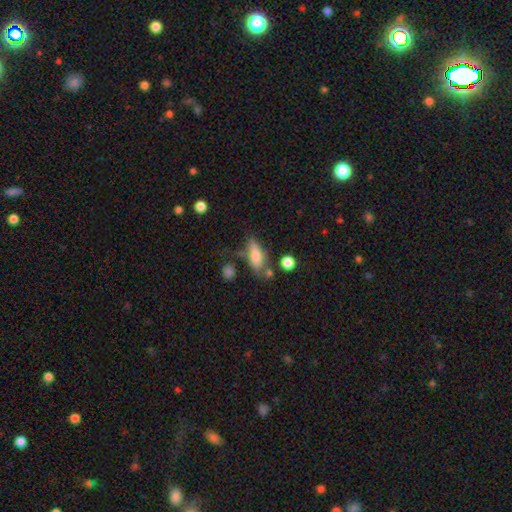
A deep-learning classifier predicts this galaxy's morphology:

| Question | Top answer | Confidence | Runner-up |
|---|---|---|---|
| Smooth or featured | smooth | 72% | featured or disk (19%) |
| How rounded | in between | 68% | cigar-shaped (27%) |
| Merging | none | 52% | minor disturbance (26%) |